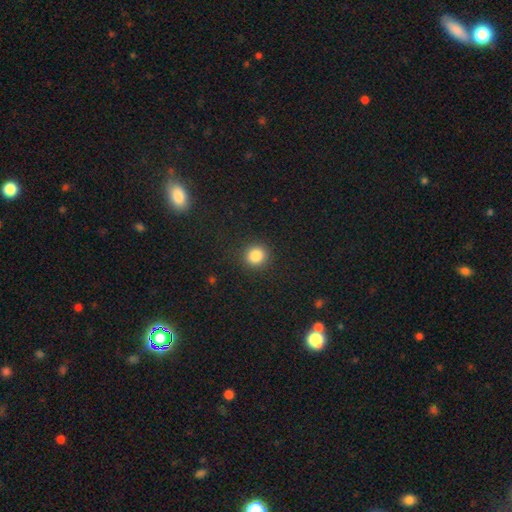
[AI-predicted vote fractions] Morphology: type=smooth (85%); roundness=round (89%); merging=none (90%).